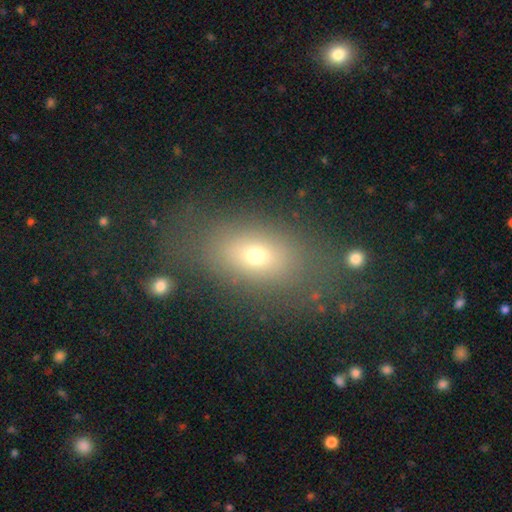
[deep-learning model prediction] Smooth or featured?
  - smooth: 64% *
  - featured or disk: 19%
  - star or artifact: 17%
How rounded?
  - in between: 77% *
  - round: 19%
  - cigar-shaped: 4%
Merging?
  - none: 74% *
  - minor disturbance: 13%
  - major disturbance: 9%
  - merger: 3%